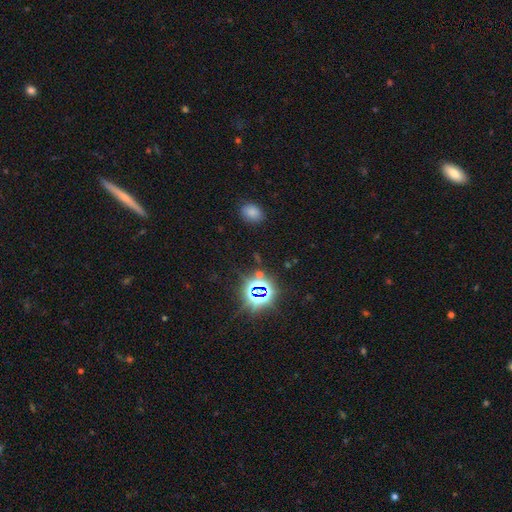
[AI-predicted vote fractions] Smooth or featured? star or artifact (59%)